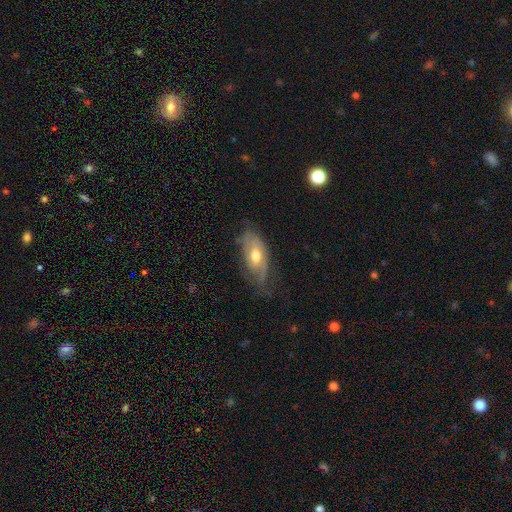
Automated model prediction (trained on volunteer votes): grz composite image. It shows a featured or disk galaxy (54%). Merging: none (50%).